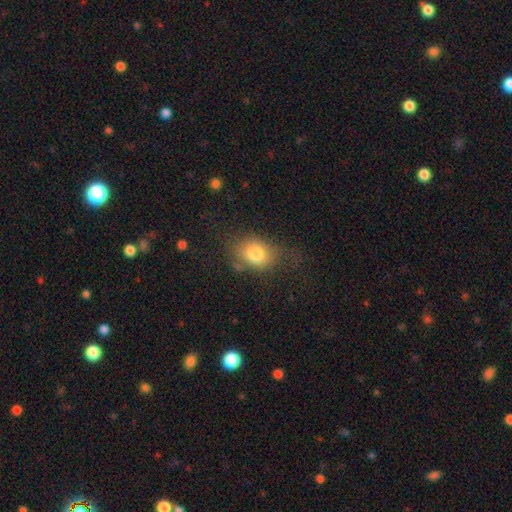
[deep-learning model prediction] Smooth or featured?
  - smooth: 78% *
  - featured or disk: 12%
  - star or artifact: 10%
How rounded?
  - in between: 57% *
  - round: 41%
  - cigar-shaped: 1%
Merging?
  - none: 58% *
  - minor disturbance: 26%
  - major disturbance: 13%
  - merger: 3%